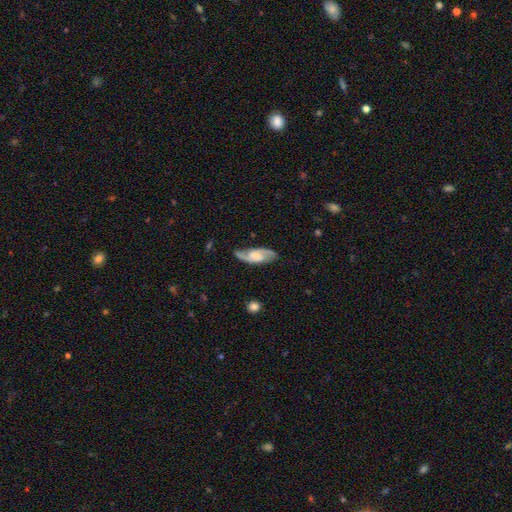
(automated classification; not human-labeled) Overall: featured or disk (81%). Edge-on disk: no (93%). Bar: no (44%; weak 41%). Spiral arms: yes (96%). Spiral arm count: 2 (91%). Spiral winding: medium (49%; loose 30%). Bulge size: none (33%; small 29%). Merging: none (78%).